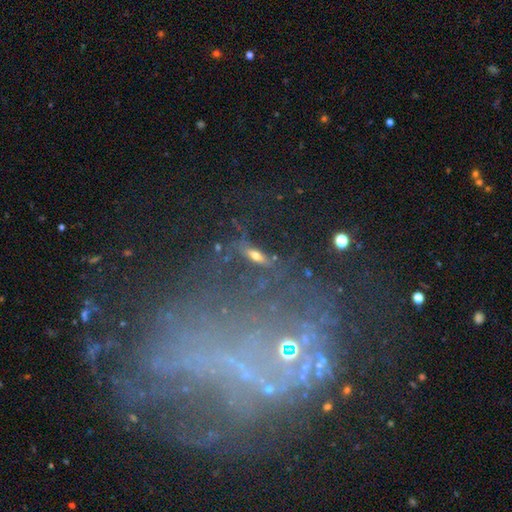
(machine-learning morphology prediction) Smooth or featured?
  - smooth: 41% *
  - featured or disk: 37%
  - star or artifact: 22%
Merging?
  - none: 73% *
  - minor disturbance: 13%
  - major disturbance: 7%
  - merger: 6%